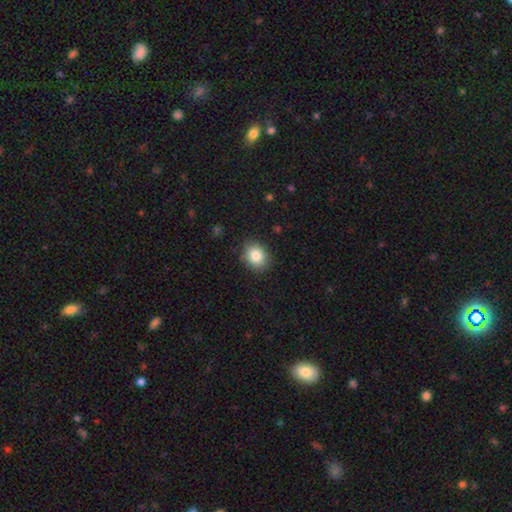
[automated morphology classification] A smooth galaxy with no disk features (84%) that is round (55%). Merging: none (86%).